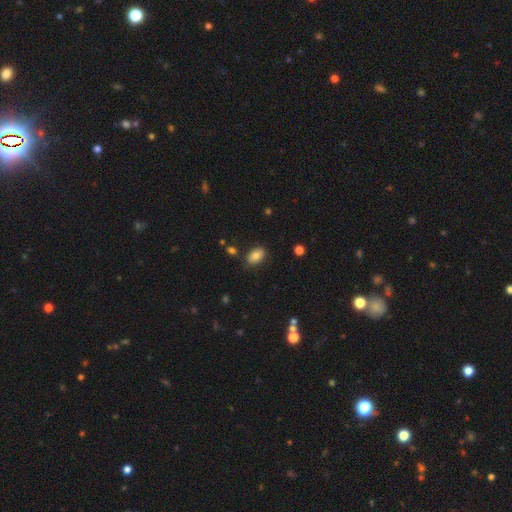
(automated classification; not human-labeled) smooth_or_featured: smooth (p=0.82) [alt: star or artifact p=0.09]
how_rounded: in between (p=0.88) [alt: round p=0.11]
merging: none (p=0.79) [alt: minor disturbance p=0.15]